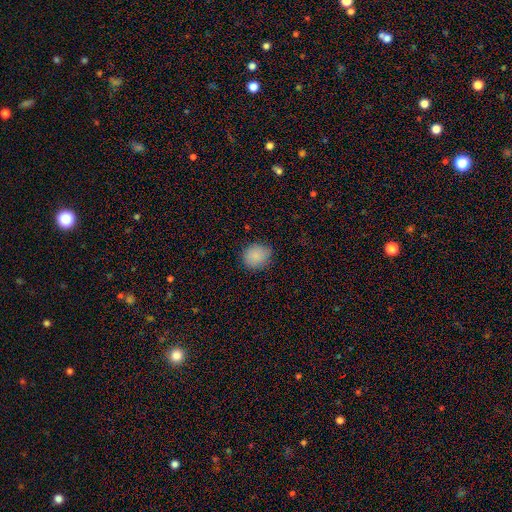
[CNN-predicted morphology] Q: Smooth or featured?
A: smooth (86%); runner-up: star or artifact (9%)
Q: How rounded?
A: round (73%); runner-up: in between (26%)
Q: Merging?
A: none (79%); runner-up: minor disturbance (16%)